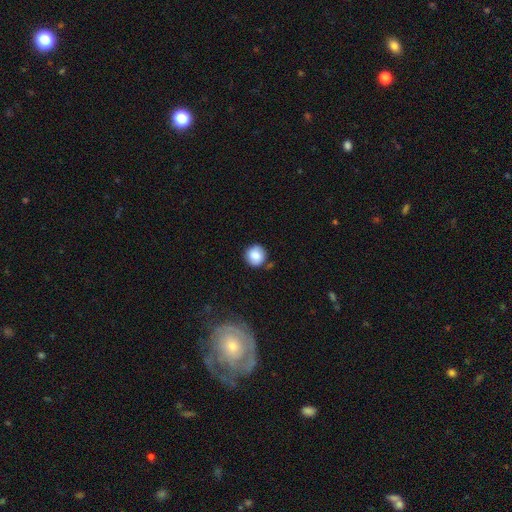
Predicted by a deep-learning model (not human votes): A smooth galaxy with no disk features (84%) that is round (92%). Merging: none (81%).